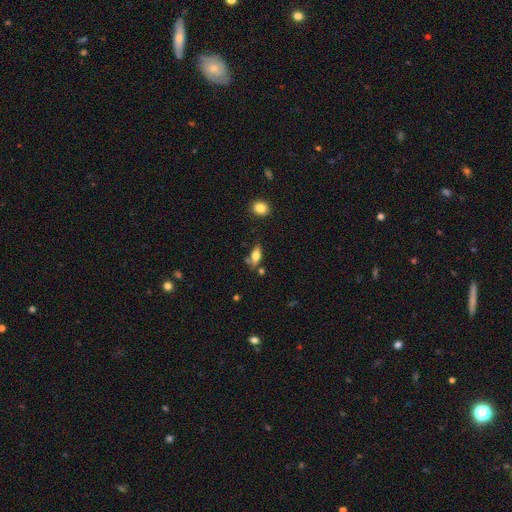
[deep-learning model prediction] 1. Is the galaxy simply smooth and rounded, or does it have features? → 66% smooth, 26% featured or disk, 9% star or artifact.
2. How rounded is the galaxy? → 75% in between, 20% cigar-shaped, 4% round.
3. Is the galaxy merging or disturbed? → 62% none, 20% minor disturbance, 13% merger, 6% major disturbance.